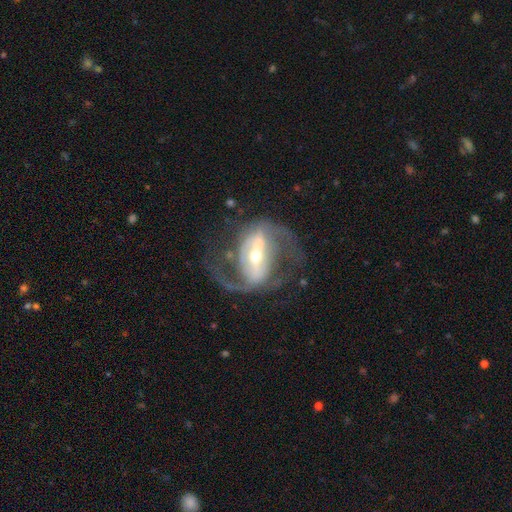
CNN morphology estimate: Q: Smooth or featured?
A: featured or disk (87%); runner-up: smooth (7%)
Q: Edge-on disk?
A: no (96%); runner-up: yes (4%)
Q: Bar?
A: strong (57%); runner-up: weak (28%)
Q: Spiral arms?
A: yes (89%); runner-up: no (11%)
Q: Spiral winding?
A: medium (47%); runner-up: loose (39%)
Q: Spiral arm count?
A: 2 (85%); runner-up: can't tell (5%)
Q: Bulge size?
A: moderate (49%); runner-up: small (43%)
Q: Merging?
A: none (53%); runner-up: major disturbance (22%)